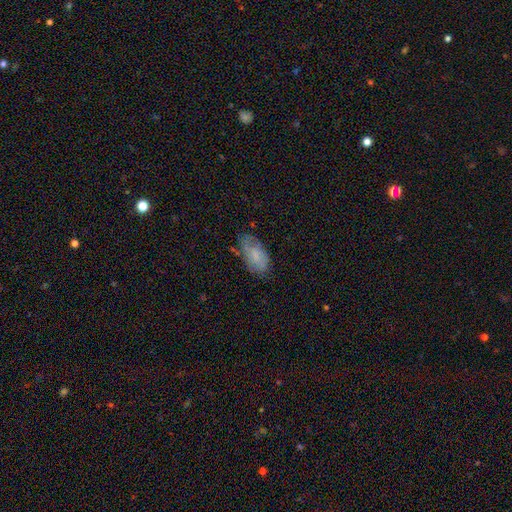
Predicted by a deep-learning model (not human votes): A smooth galaxy with no disk features (64%) that is in between round and cigar-shaped (92%).

Vote fractions:
- Smooth or featured? smooth: 64% / featured or disk: 29% / star or artifact: 7%
- How rounded? in between: 92% / cigar-shaped: 4% / round: 4%
- Merging? none: 60% / minor disturbance: 29% / major disturbance: 9% / merger: 2%